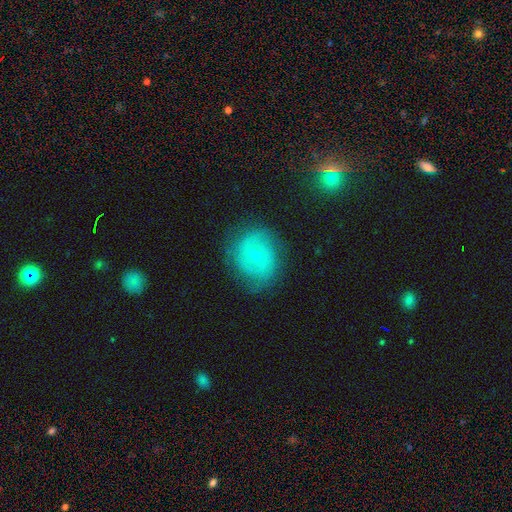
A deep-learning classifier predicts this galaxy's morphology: Smooth or featured: featured or disk — 66% (smooth — 26%)
Edge-on disk: no — 97% (yes — 3%)
Bar: weak — 48% (no — 38%)
Spiral arms: yes — 78% (no — 22%)
Bulge size: small — 59% (moderate — 38%)
Merging: none — 76% (minor disturbance — 16%)